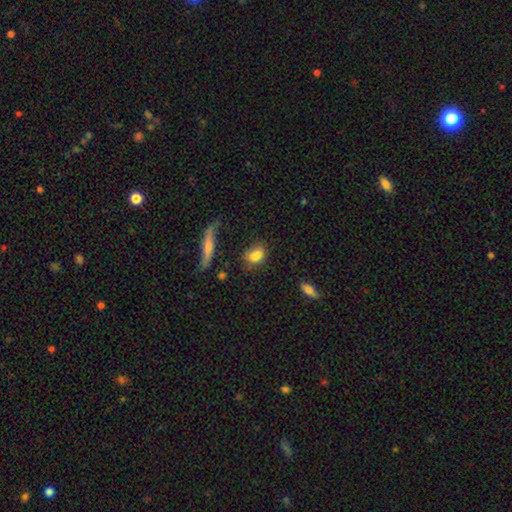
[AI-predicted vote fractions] Smooth or featured? Predicted: smooth (p=0.79). How rounded? Predicted: in between (p=0.73). Merging? Predicted: none (p=0.59).